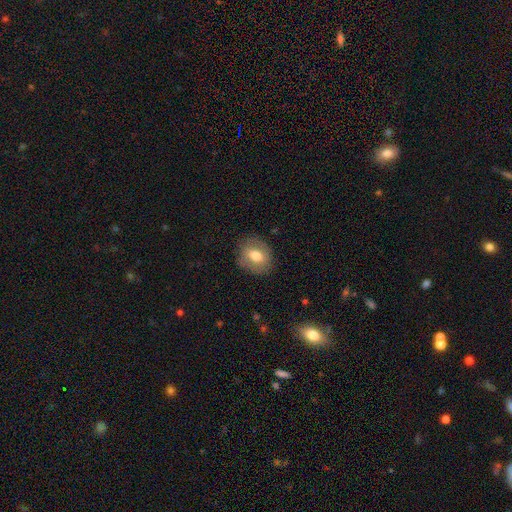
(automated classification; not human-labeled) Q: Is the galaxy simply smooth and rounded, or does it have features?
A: smooth — 68%.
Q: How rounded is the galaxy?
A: round — 61%.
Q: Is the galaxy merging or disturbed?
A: none — 82%.